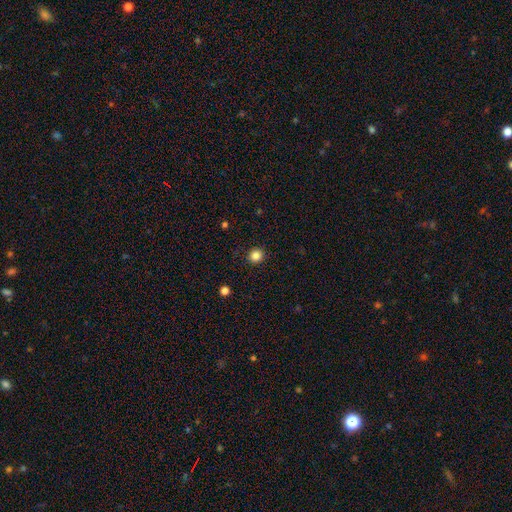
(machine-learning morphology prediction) smooth_or_featured: smooth (p=0.84) [alt: star or artifact p=0.12]
how_rounded: round (p=0.93) [alt: in between p=0.06]
merging: none (p=0.92) [alt: minor disturbance p=0.05]